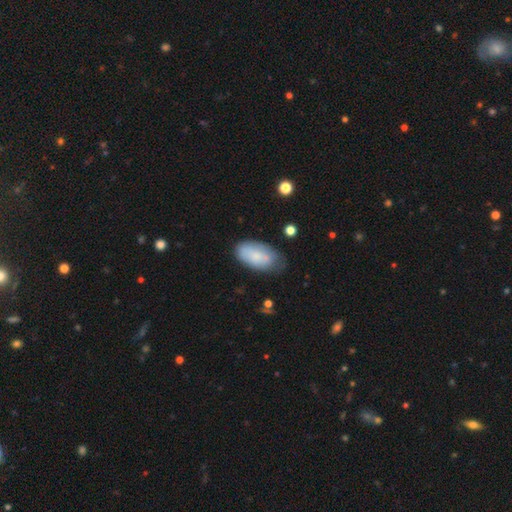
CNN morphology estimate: Smooth or featured: smooth — 73% (featured or disk — 20%)
How rounded: in between — 94% (round — 3%)
Merging: none — 60% (minor disturbance — 29%)